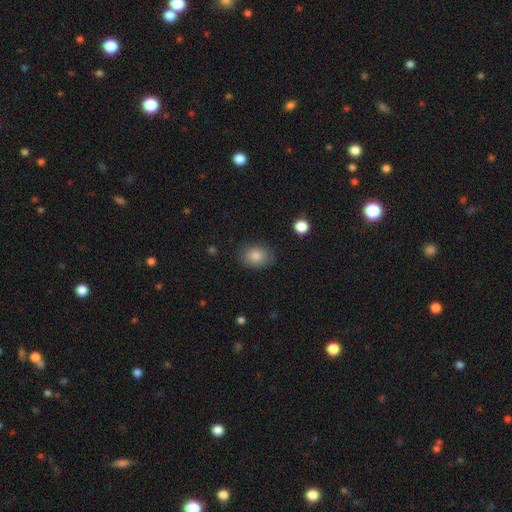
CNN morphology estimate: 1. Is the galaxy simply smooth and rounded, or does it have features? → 83% smooth, 9% star or artifact, 8% featured or disk.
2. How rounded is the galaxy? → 64% in between, 35% round, 1% cigar-shaped.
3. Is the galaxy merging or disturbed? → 84% none, 12% minor disturbance, 3% major disturbance, 1% merger.